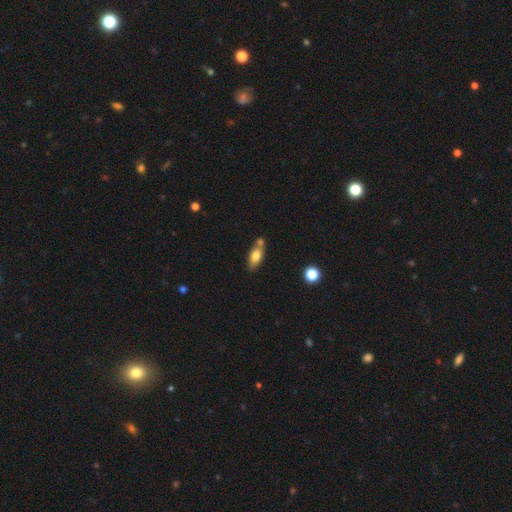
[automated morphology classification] Smooth or featured: smooth — 72% (featured or disk — 20%)
How rounded: in between — 78% (cigar-shaped — 17%)
Merging: none — 54% (merger — 28%)